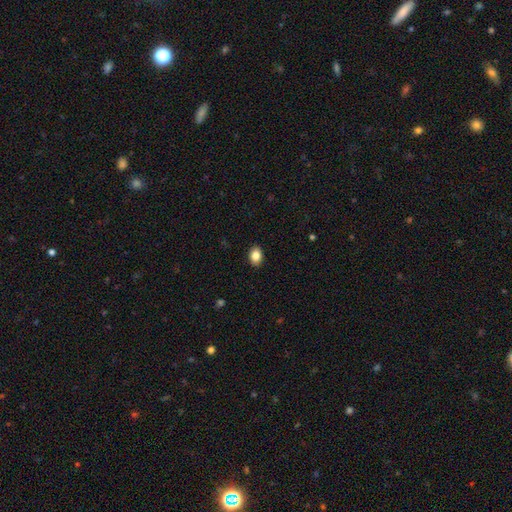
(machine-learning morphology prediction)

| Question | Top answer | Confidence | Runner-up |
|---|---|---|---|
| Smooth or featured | smooth | 85% | star or artifact (8%) |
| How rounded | in between | 75% | round (24%) |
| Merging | none | 90% | minor disturbance (7%) |